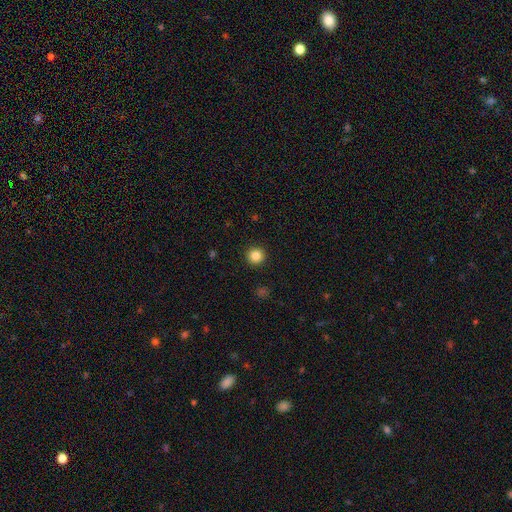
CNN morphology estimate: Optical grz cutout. It shows a smooth galaxy with no disk features (85%) that is round (95%). Merging: none (93%).